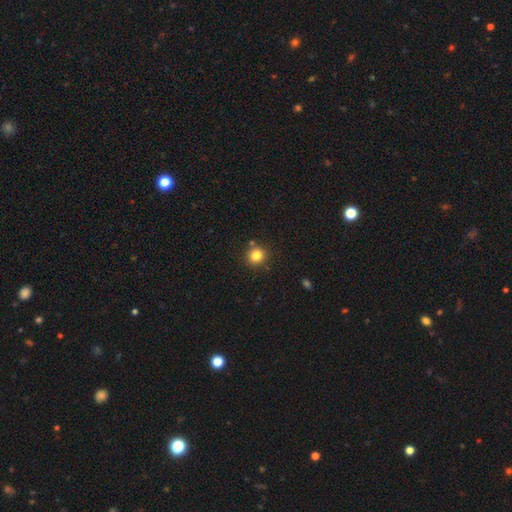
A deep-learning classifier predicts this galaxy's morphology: A smooth galaxy with no disk features (81%) that is round (91%). Merging: none (81%).